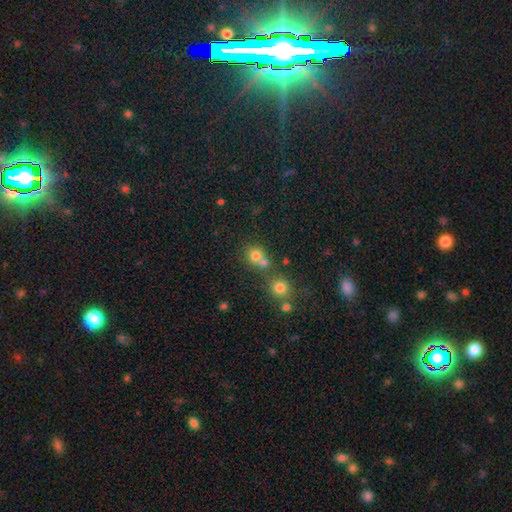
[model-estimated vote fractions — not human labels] Overall: smooth (75%). How rounded: round (85%). Merging: none (48%; merger 41%).